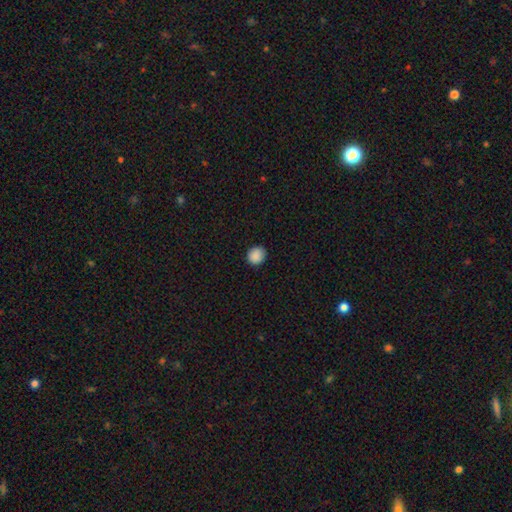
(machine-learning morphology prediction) Smooth or featured? Predicted: smooth (p=0.89). How rounded? Predicted: round (p=0.88). Merging? Predicted: none (p=0.90).